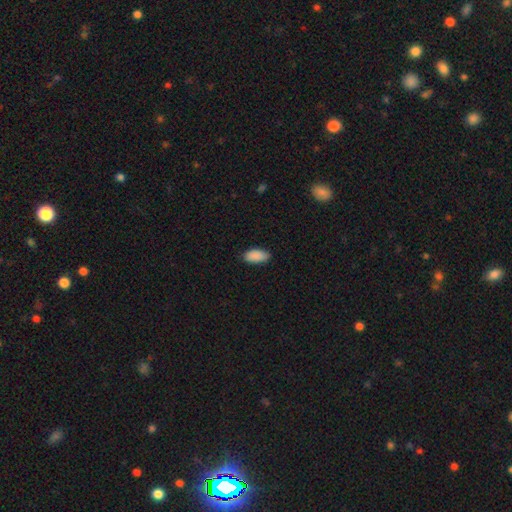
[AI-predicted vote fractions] Q: Smooth or featured?
A: smooth (90%); runner-up: star or artifact (7%)
Q: How rounded?
A: in between (91%); runner-up: cigar-shaped (7%)
Q: Merging?
A: none (84%); runner-up: minor disturbance (13%)